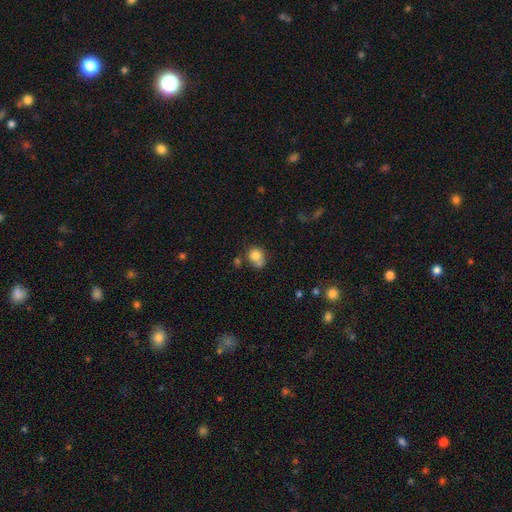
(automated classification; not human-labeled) Q: Smooth or featured?
A: smooth (79%); runner-up: star or artifact (11%)
Q: How rounded?
A: round (70%); runner-up: in between (29%)
Q: Merging?
A: none (44%); runner-up: merger (26%)